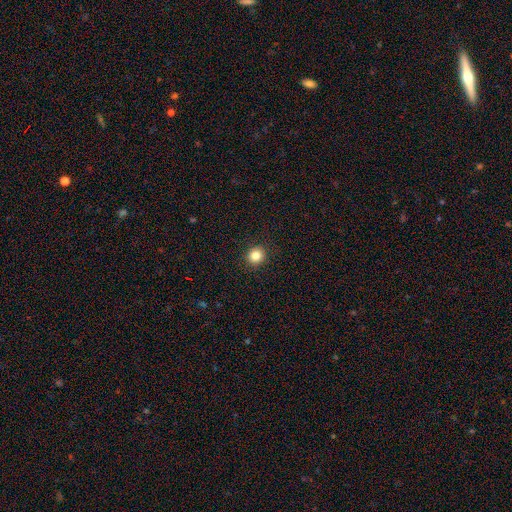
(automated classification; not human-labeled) Smooth or featured? smooth (84%)
How rounded? round (87%)
Merging? none (92%)